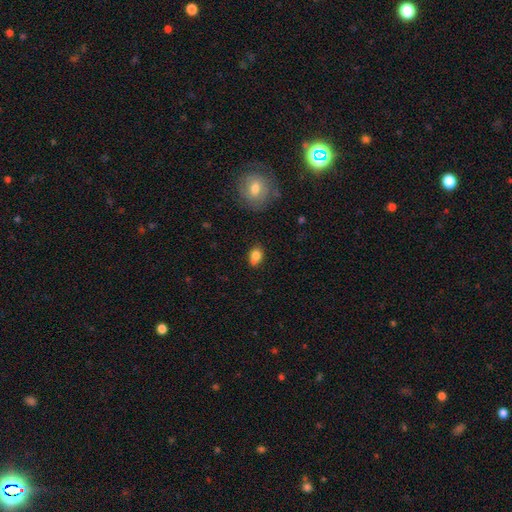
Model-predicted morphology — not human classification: Smooth or featured: smooth — 81% (star or artifact — 10%)
How rounded: in between — 62% (round — 36%)
Merging: none — 58% (minor disturbance — 20%)